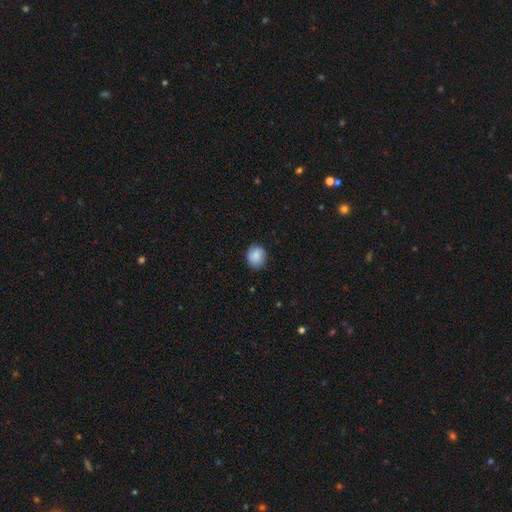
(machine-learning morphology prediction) smooth_or_featured: smooth (p=0.86) [alt: star or artifact p=0.08]
how_rounded: round (p=0.74) [alt: in between p=0.26]
merging: none (p=0.82) [alt: minor disturbance p=0.14]